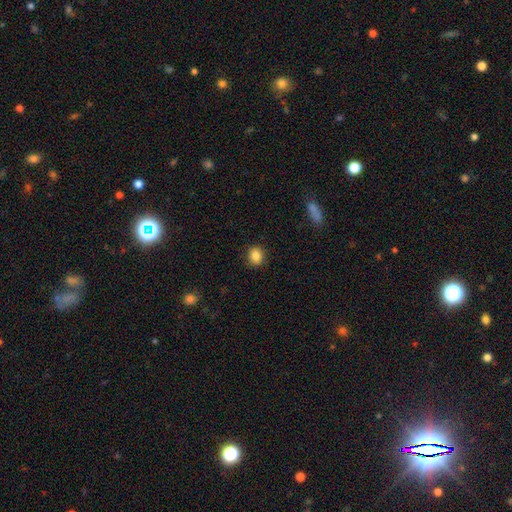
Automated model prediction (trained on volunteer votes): smooth 86%, star or artifact 10%, featured or disk 5%. Down the decision tree: how rounded — round (68%); merging — none (89%).